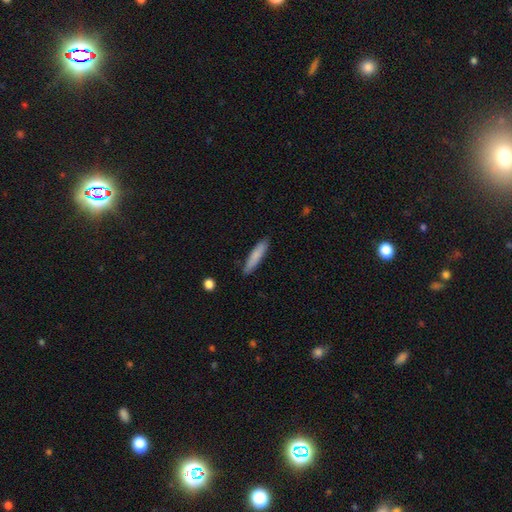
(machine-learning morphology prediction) Q: Smooth or featured?
A: smooth (80%); runner-up: featured or disk (14%)
Q: How rounded?
A: cigar-shaped (87%); runner-up: in between (12%)
Q: Merging?
A: none (86%); runner-up: minor disturbance (10%)